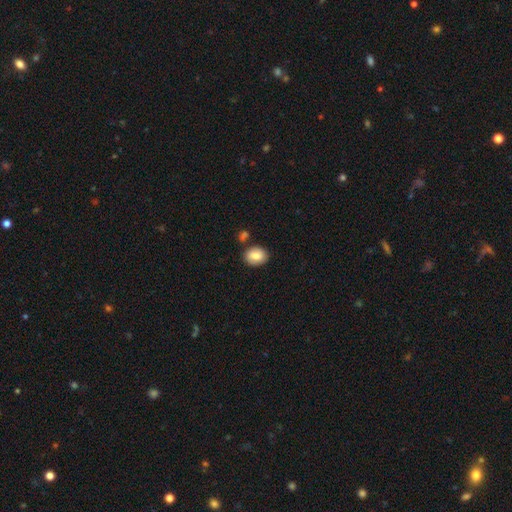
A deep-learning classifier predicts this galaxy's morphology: A smooth galaxy with no disk features (79%) that is in between round and cigar-shaped (56%). Merging: none (76%).